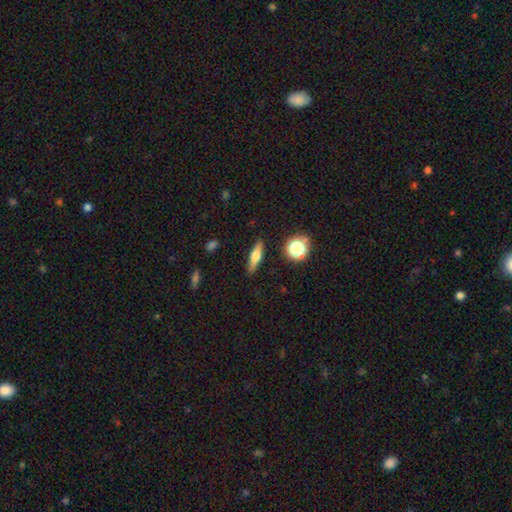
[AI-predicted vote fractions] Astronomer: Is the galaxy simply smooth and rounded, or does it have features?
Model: smooth — 49% (runner-up: featured or disk, 41%).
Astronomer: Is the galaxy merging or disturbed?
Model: none — 88%.